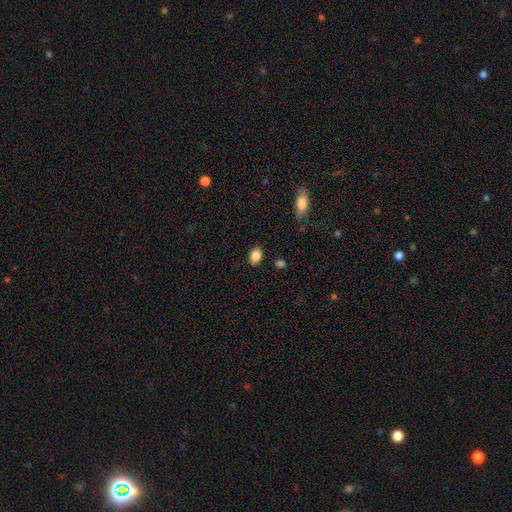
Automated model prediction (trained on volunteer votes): A smooth galaxy with no disk features (86%) that is in between round and cigar-shaped (82%).

Vote fractions:
- Smooth or featured? smooth: 86% / star or artifact: 9% / featured or disk: 6%
- How rounded? in between: 82% / round: 17% / cigar-shaped: 1%
- Merging? none: 86% / minor disturbance: 10% / major disturbance: 2% / merger: 2%